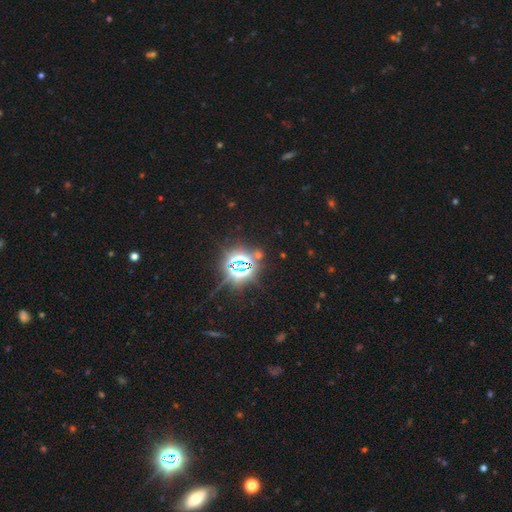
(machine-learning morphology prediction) Overall: star or artifact (81%).